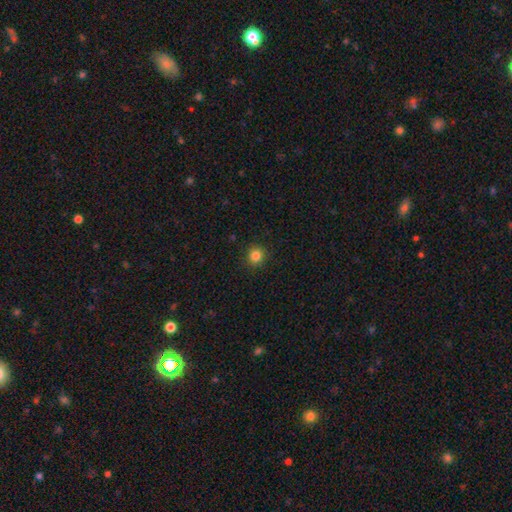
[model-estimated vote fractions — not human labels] Smooth or featured? smooth (84%)
How rounded? round (91%)
Merging? none (92%)